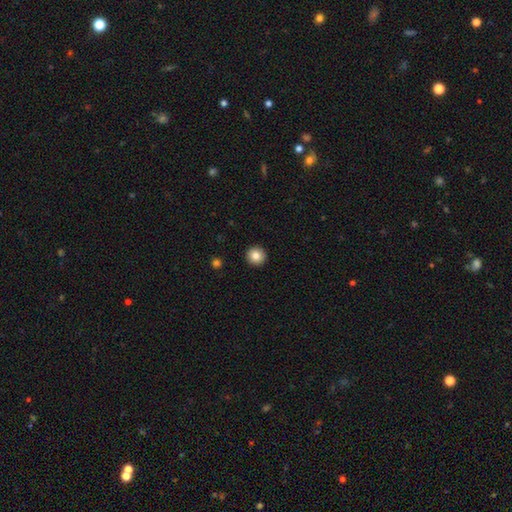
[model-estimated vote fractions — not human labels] Overall: smooth (84%). How rounded: round (96%). Merging: none (94%).